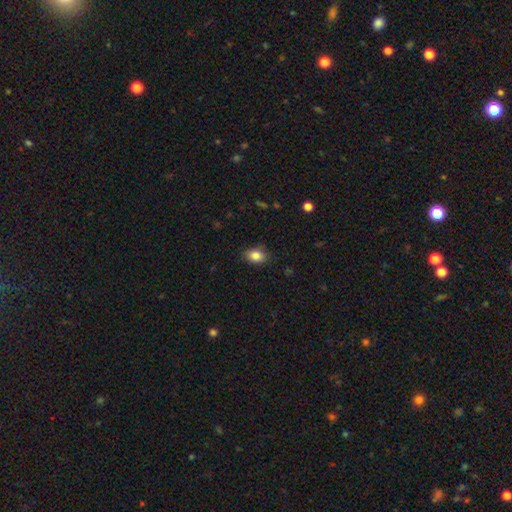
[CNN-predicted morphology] smooth-or-featured: smooth: 85% | star or artifact: 9% | featured or disk: 6%
  how-rounded: in between: 78% | round: 20% | cigar-shaped: 1%
  merging: none: 85% | minor disturbance: 12% | major disturbance: 2% | merger: 1%